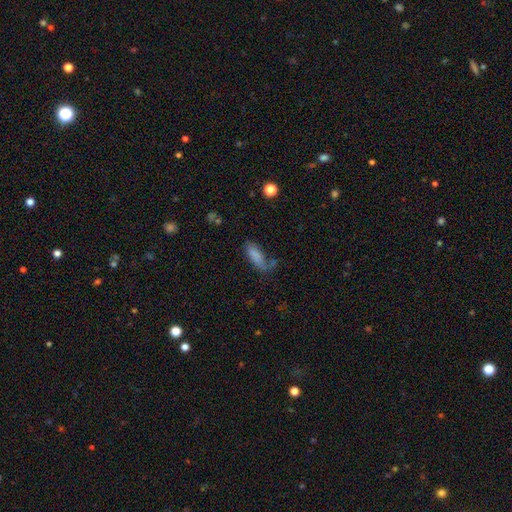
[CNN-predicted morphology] This appears to be a smooth galaxy with no disk features (80%) that is in between round and cigar-shaped (69%). Merging: none (48%).